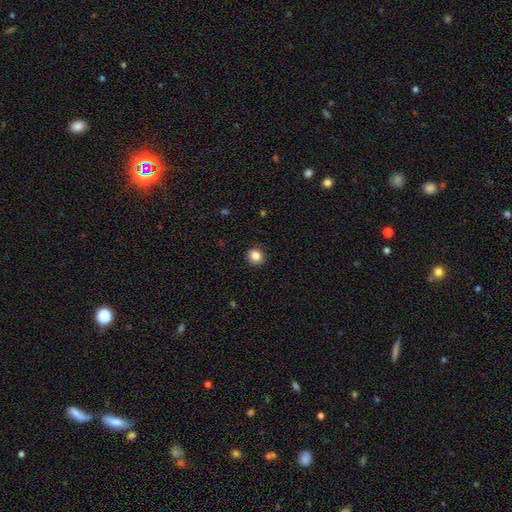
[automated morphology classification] A smooth galaxy with no disk features (86%) that is round (85%).

Vote fractions:
- Smooth or featured? smooth: 86% / star or artifact: 10% / featured or disk: 4%
- How rounded? round: 85% / in between: 14% / cigar-shaped: 1%
- Merging? none: 89% / minor disturbance: 8% / major disturbance: 2% / merger: 1%